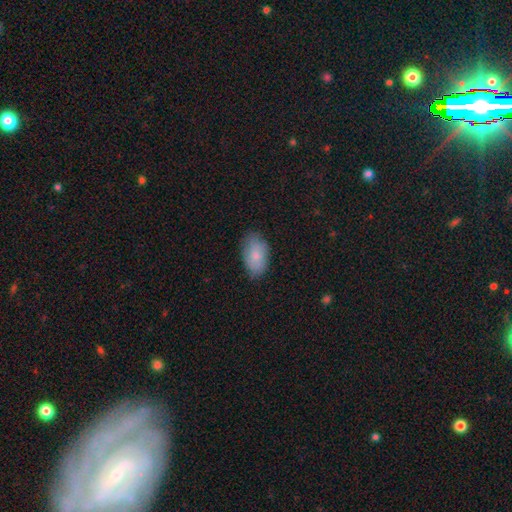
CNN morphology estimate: Overall: smooth (77%). How rounded: in between (92%). Merging: none (77%).